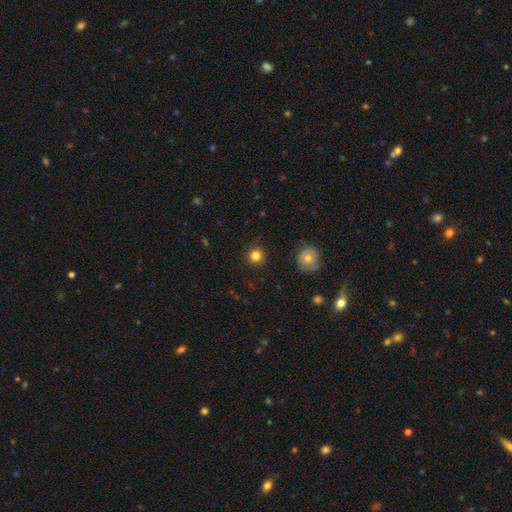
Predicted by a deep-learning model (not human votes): Smooth or featured? smooth (82%)
How rounded? round (95%)
Merging? none (91%)